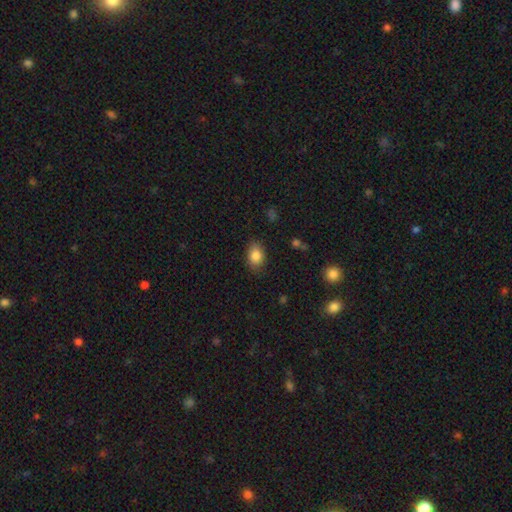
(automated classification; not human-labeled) Smooth or featured? Predicted: smooth (p=0.84). How rounded? Predicted: in between (p=0.78). Merging? Predicted: none (p=0.83).